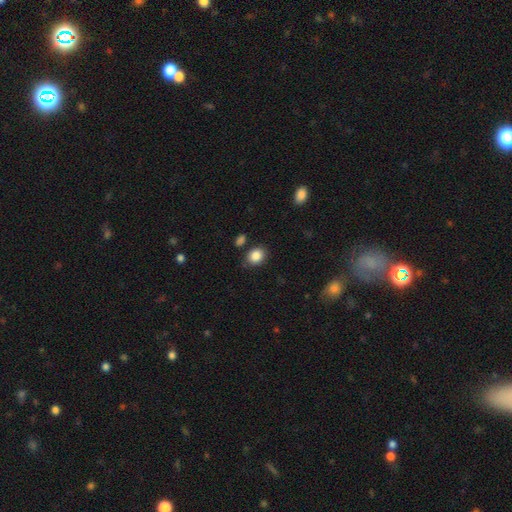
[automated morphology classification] A smooth galaxy with no disk features (87%) that is in between round and cigar-shaped (50%). Merging: none (80%).